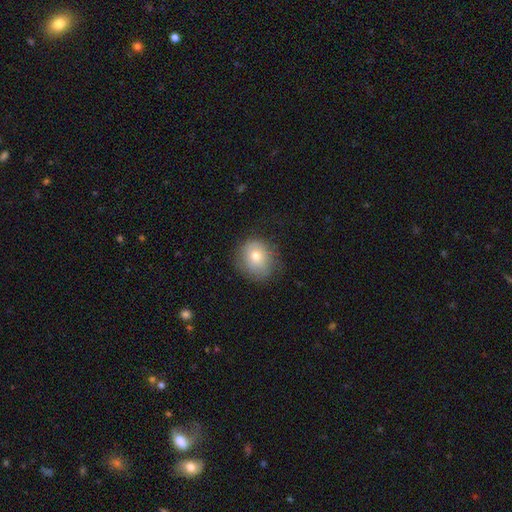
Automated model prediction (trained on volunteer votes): Morphology: type=smooth (71%); roundness=round (72%); merging=none (72%).